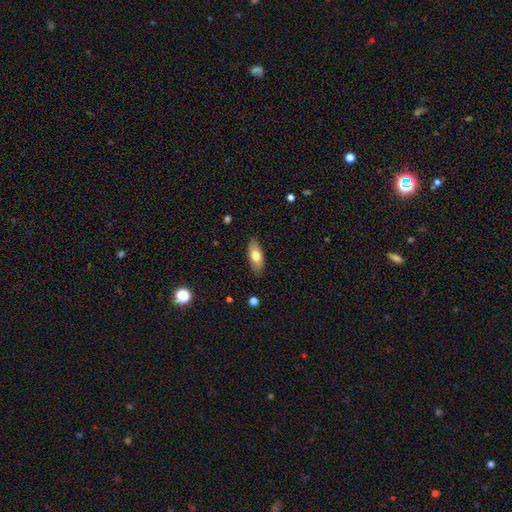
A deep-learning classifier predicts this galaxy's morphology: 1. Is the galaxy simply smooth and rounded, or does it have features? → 73% smooth, 21% featured or disk, 6% star or artifact.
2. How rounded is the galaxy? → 81% in between, 16% cigar-shaped, 3% round.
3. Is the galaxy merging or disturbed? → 86% none, 10% minor disturbance, 2% major disturbance, 1% merger.